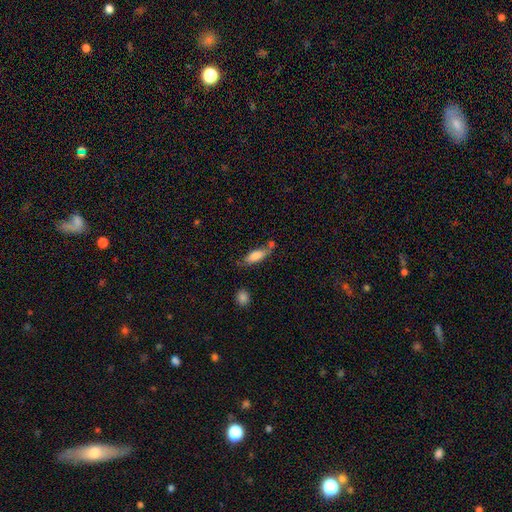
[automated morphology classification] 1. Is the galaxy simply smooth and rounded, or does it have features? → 80% smooth, 13% featured or disk, 7% star or artifact.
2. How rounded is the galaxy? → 64% in between, 34% cigar-shaped, 2% round.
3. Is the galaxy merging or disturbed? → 56% none, 22% minor disturbance, 15% merger, 7% major disturbance.